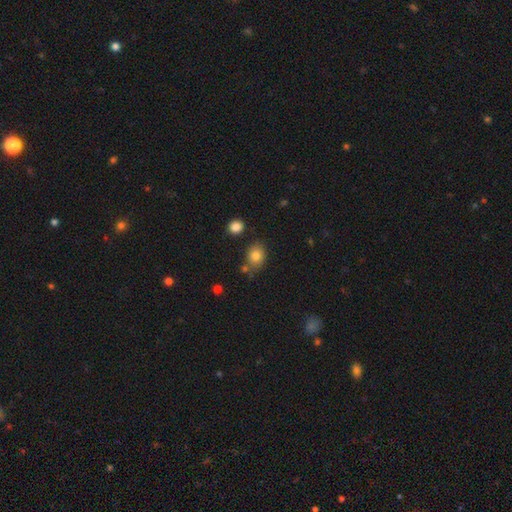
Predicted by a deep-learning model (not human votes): A smooth galaxy with no disk features (82%) that is in between round and cigar-shaped (52%).

Vote fractions:
- Smooth or featured? smooth: 82% / star or artifact: 10% / featured or disk: 8%
- How rounded? in between: 52% / round: 46% / cigar-shaped: 1%
- Merging? none: 72% / minor disturbance: 15% / merger: 9% / major disturbance: 4%